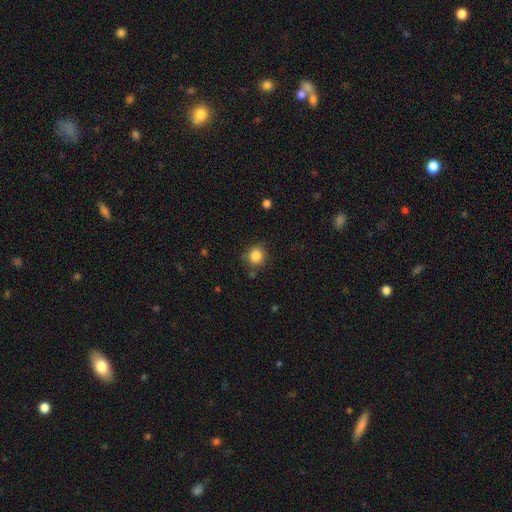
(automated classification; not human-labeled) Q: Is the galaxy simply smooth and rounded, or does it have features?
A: smooth — 85%.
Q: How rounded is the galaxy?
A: round — 84%.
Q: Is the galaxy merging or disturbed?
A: none — 80%.